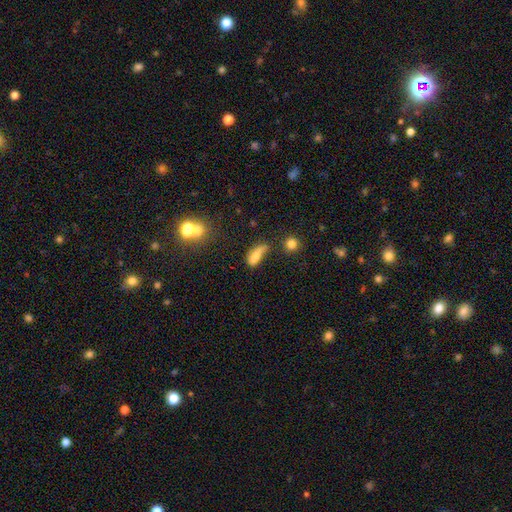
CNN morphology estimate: The model was most divided on "merging": none: 37%, minor disturbance: 30%, major disturbance: 23%, merger: 11%. More confident: smooth or featured — smooth (68%); how rounded — in between (62%).